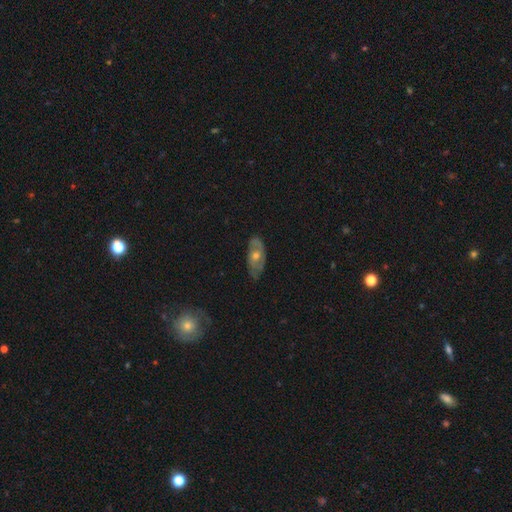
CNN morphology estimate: Smooth or featured? featured or disk (62%)
Edge-on disk? no (84%)
Bar? no (80%)
Spiral arms? yes (61%)
Bulge size? moderate (66%)
Merging? none (78%)